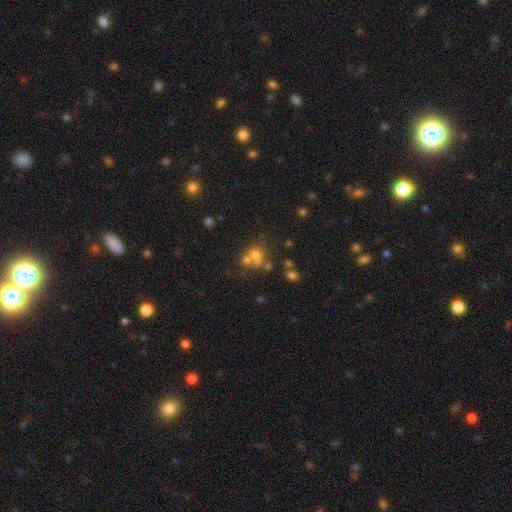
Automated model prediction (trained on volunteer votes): Q: Smooth or featured?
A: smooth (61%); runner-up: featured or disk (20%)
Q: How rounded?
A: round (74%); runner-up: in between (25%)
Q: Merging?
A: merger (47%); runner-up: none (37%)